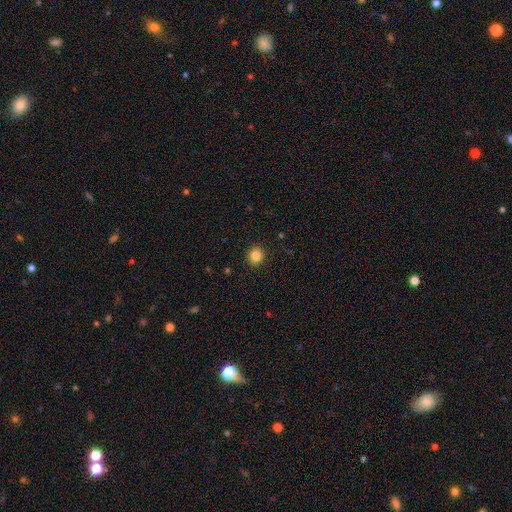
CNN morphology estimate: Smooth or featured?
  - smooth: 86% *
  - star or artifact: 11%
  - featured or disk: 4%
How rounded?
  - round: 84% *
  - in between: 15%
  - cigar-shaped: 1%
Merging?
  - none: 91% *
  - minor disturbance: 6%
  - major disturbance: 2%
  - merger: 1%